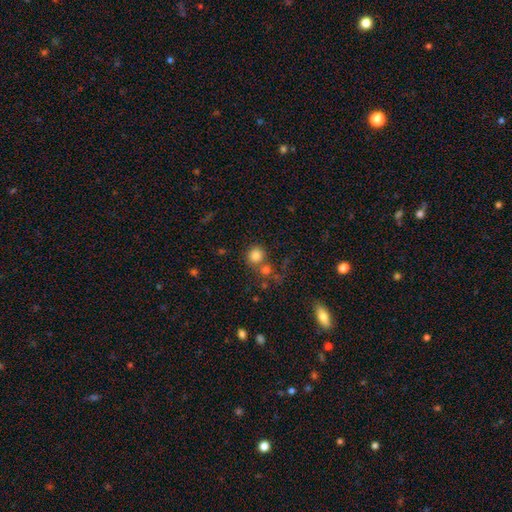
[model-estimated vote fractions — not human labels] This appears to be a smooth galaxy with no disk features (82%) that is round (88%). Merging: none (64%).